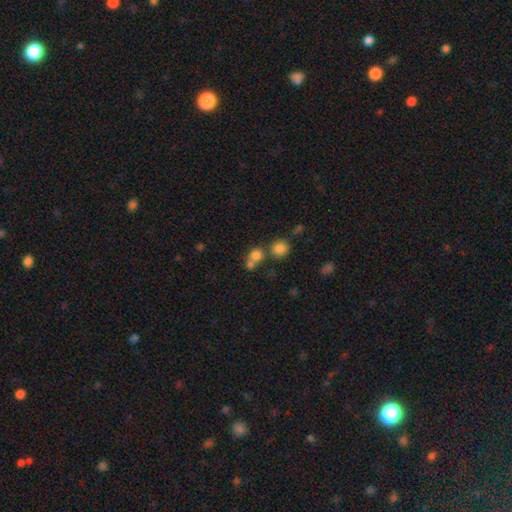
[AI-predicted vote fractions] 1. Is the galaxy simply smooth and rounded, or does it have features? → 54% smooth, 34% star or artifact, 12% featured or disk.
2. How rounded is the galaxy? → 83% round, 15% in between, 2% cigar-shaped.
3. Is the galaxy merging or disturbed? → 55% none, 33% merger, 8% minor disturbance, 4% major disturbance.